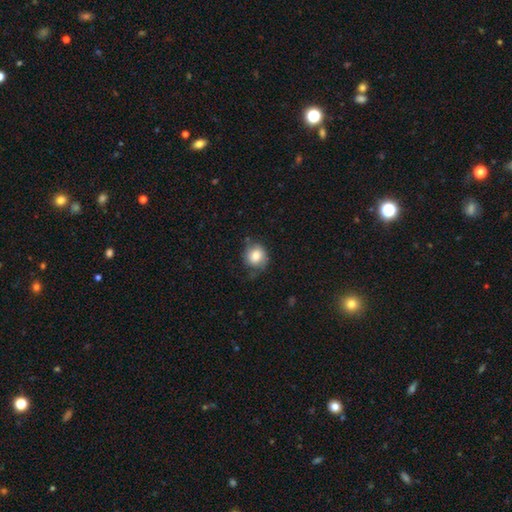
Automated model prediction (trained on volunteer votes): Overall: smooth (79%). How rounded: round (79%). Merging: none (60%; minor disturbance 28%).